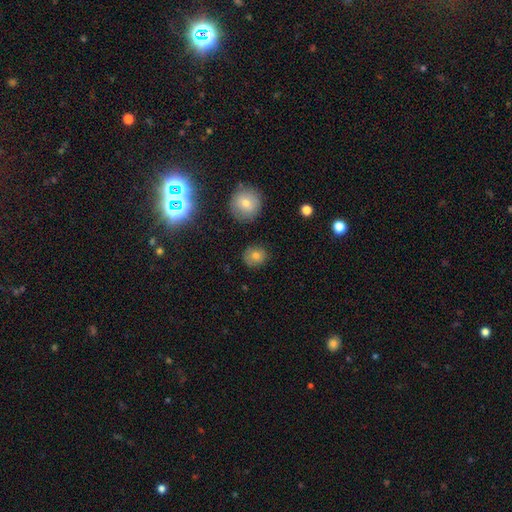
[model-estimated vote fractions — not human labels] smooth_or_featured: smooth (p=0.78) [alt: star or artifact p=0.12]
how_rounded: round (p=0.82) [alt: in between p=0.17]
merging: none (p=0.84) [alt: minor disturbance p=0.10]